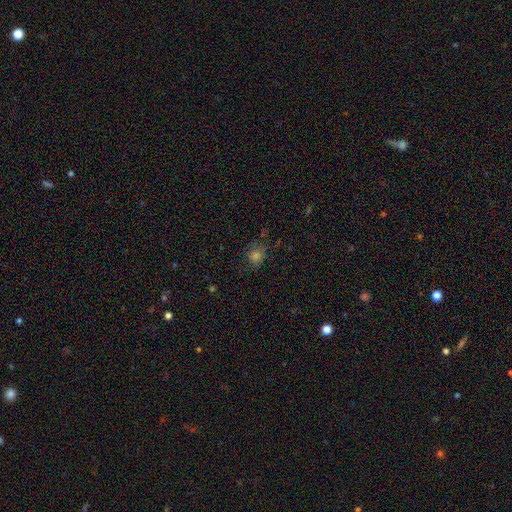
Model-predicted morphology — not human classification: This is likely a smooth galaxy (66%). How rounded: likely round (72%). Merging: likely none (73%).